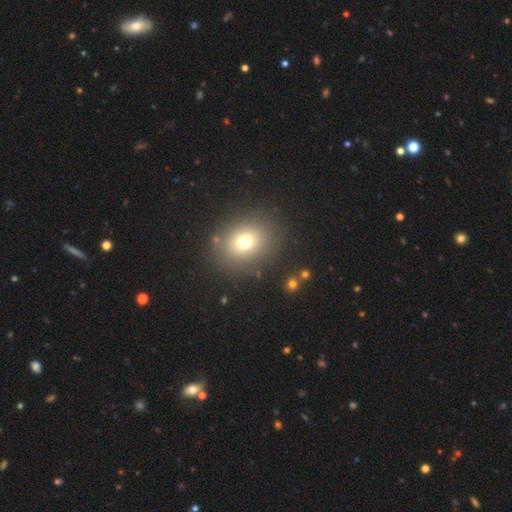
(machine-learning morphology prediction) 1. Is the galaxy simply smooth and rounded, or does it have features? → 65% smooth, 25% star or artifact, 10% featured or disk.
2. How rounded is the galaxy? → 65% round, 34% in between, 1% cigar-shaped.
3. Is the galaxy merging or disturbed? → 90% none, 6% minor disturbance, 2% major disturbance, 2% merger.